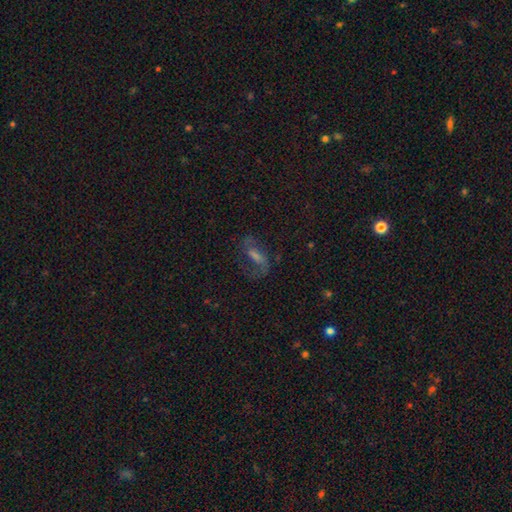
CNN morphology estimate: Overall: featured or disk (59%; smooth 23%). Edge-on disk: no (90%). Bar: weak (41%; strong 36%). Spiral arms: yes (83%). Bulge size: moderate (31%, tied with small). Merging: none (59%; major disturbance 21%).